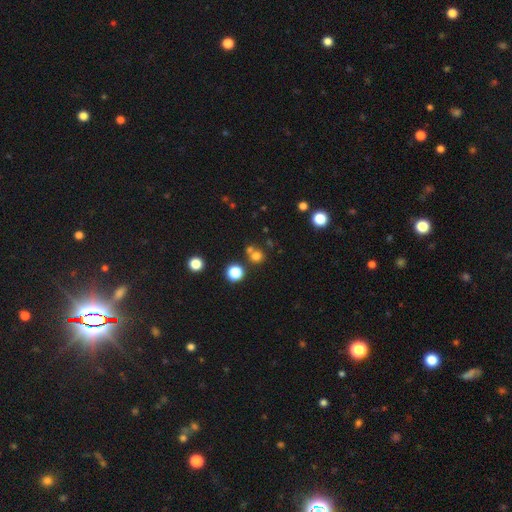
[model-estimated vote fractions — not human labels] smooth 72%, star or artifact 20%, featured or disk 7%. Down the decision tree: how rounded — round (90%); merging — none (65%).